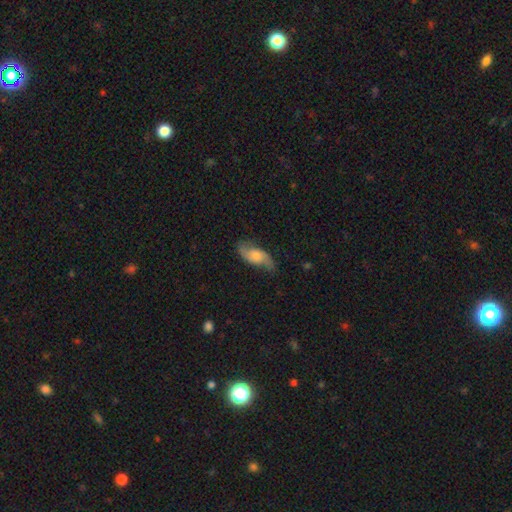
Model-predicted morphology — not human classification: Smooth or featured?
  - featured or disk: 60% *
  - smooth: 33%
  - star or artifact: 7%
Edge-on disk?
  - no: 91% *
  - yes: 9%
Bar?
  - no: 69% *
  - weak: 26%
  - strong: 5%
Spiral arms?
  - yes: 91% *
  - no: 9%
Bulge size?
  - small: 37% *
  - moderate: 36%
  - none: 13%
  - large: 11%
  - dominant: 2%
Merging?
  - none: 71% *
  - minor disturbance: 20%
  - major disturbance: 7%
  - merger: 1%